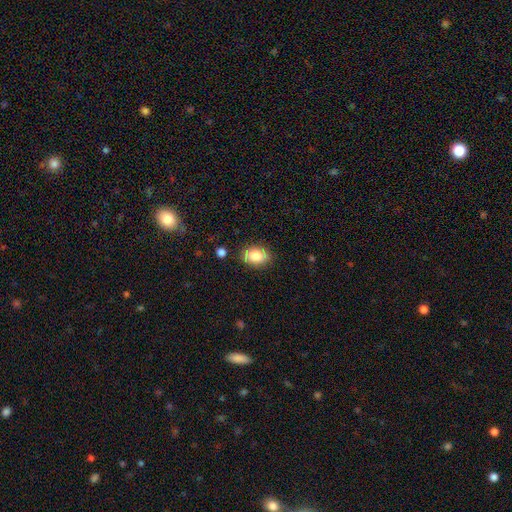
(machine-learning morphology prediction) The model was most divided on "smooth or featured": smooth: 79%, featured or disk: 13%, star or artifact: 8%. More confident: how rounded — in between (84%); merging — none (81%).